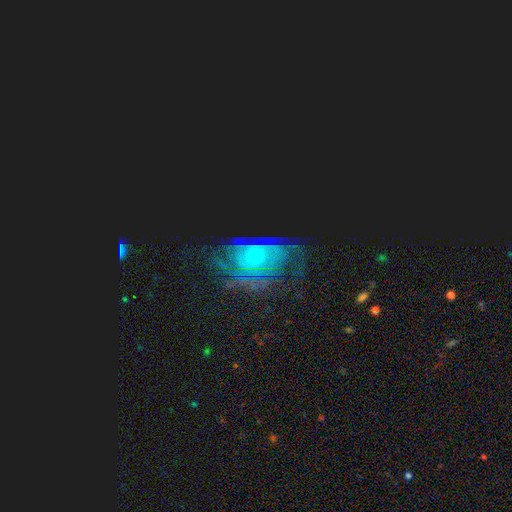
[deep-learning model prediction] Smooth or featured? featured or disk (62%)
Edge-on disk? no (95%)
Bar? no (80%)
Spiral arms? yes (90%)
Spiral winding? tight (71%)
Spiral arm count? can't tell (41%)
Bulge size? small (71%)
Merging? none (71%)